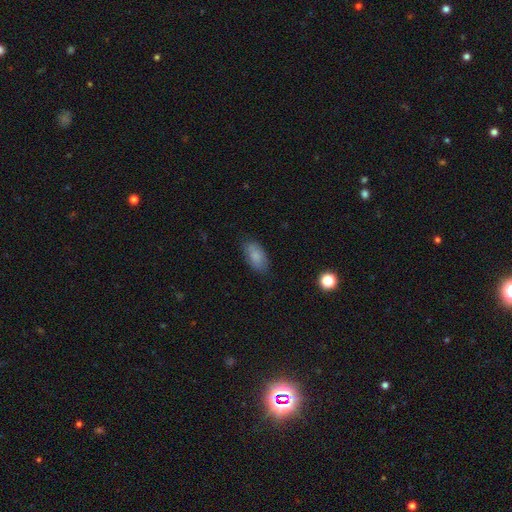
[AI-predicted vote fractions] smooth 84%, featured or disk 9%, star or artifact 7%. Down the decision tree: how rounded — in between (93%); merging — none (79%).